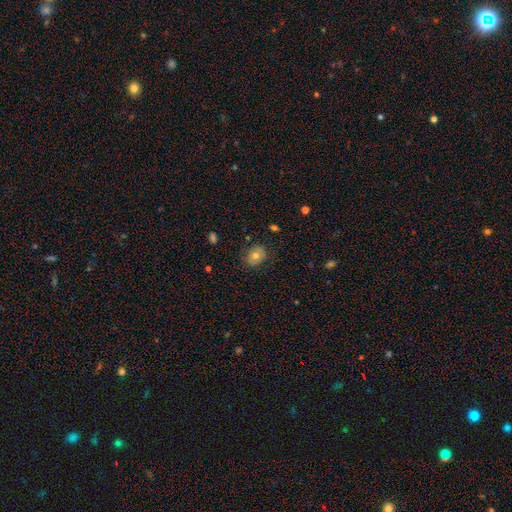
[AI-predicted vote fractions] Smooth or featured?
  - smooth: 65% *
  - featured or disk: 24%
  - star or artifact: 11%
How rounded?
  - round: 52% *
  - in between: 47%
  - cigar-shaped: 1%
Merging?
  - none: 78% *
  - minor disturbance: 16%
  - major disturbance: 5%
  - merger: 1%